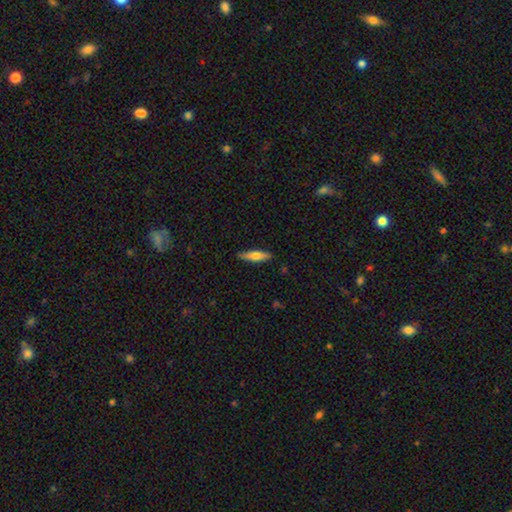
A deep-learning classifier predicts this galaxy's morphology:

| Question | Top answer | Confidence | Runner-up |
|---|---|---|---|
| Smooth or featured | smooth | 57% | featured or disk (37%) |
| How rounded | cigar-shaped | 74% | in between (24%) |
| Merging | none | 87% | minor disturbance (10%) |